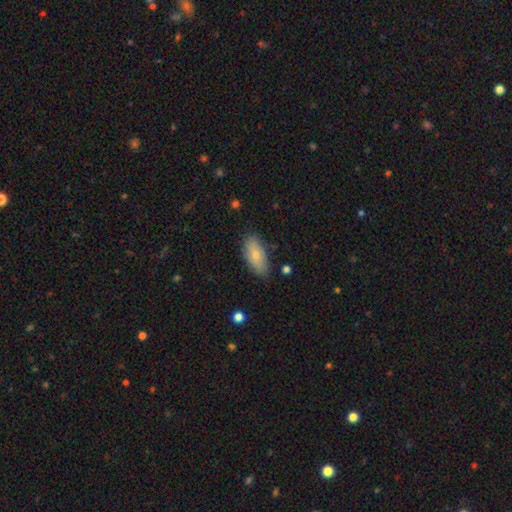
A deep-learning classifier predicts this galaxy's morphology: smooth_or_featured: smooth (p=0.75) [alt: featured or disk p=0.18]
how_rounded: in between (p=0.89) [alt: cigar-shaped p=0.08]
merging: none (p=0.79) [alt: minor disturbance p=0.16]